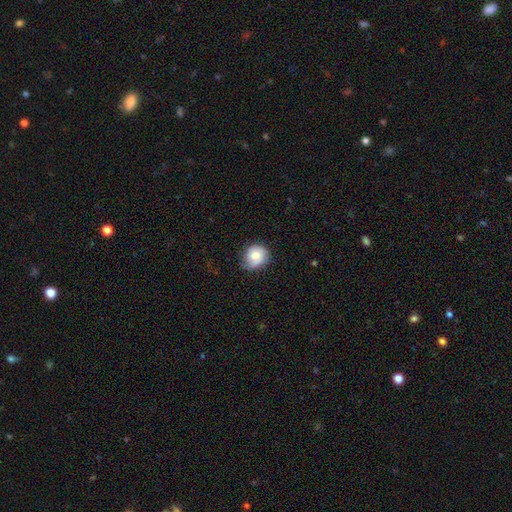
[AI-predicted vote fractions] This appears to be a smooth galaxy with no disk features (72%) that is round (82%). Merging: none (66%).